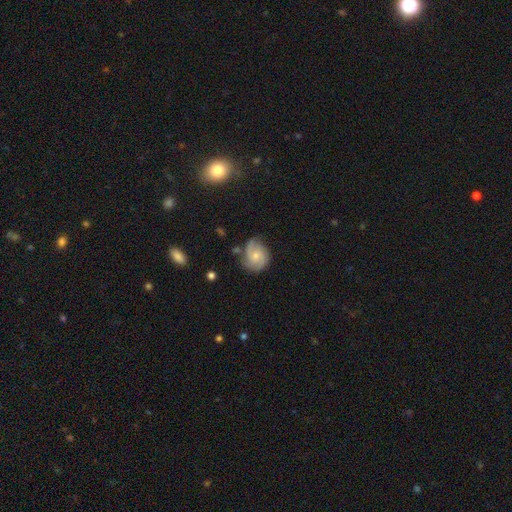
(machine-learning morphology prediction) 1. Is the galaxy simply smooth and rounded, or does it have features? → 52% featured or disk, 40% smooth, 8% star or artifact.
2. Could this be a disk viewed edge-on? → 97% no, 3% yes.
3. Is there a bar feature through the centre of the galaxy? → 70% no, 26% weak, 3% strong.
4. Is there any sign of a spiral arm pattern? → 86% yes, 14% no.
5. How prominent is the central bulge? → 49% small, 43% moderate, 4% none, 2% large, 1% dominant.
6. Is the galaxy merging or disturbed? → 58% none, 28% minor disturbance, 9% major disturbance, 4% merger.